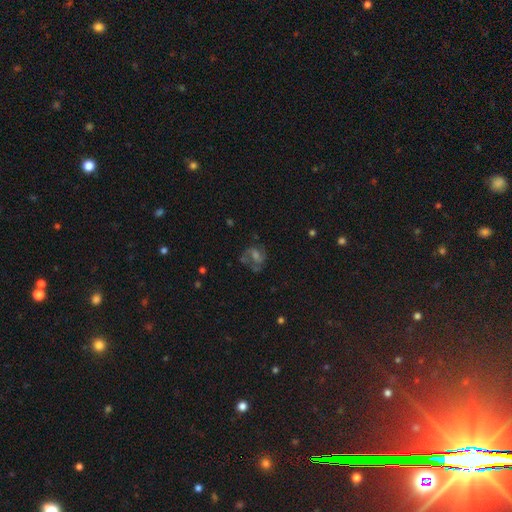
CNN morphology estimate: Smooth or featured? featured or disk (52%)
Edge-on disk? no (97%)
Bar? no (58%)
Spiral arms? yes (70%)
Bulge size? moderate (44%)
Merging? none (57%)